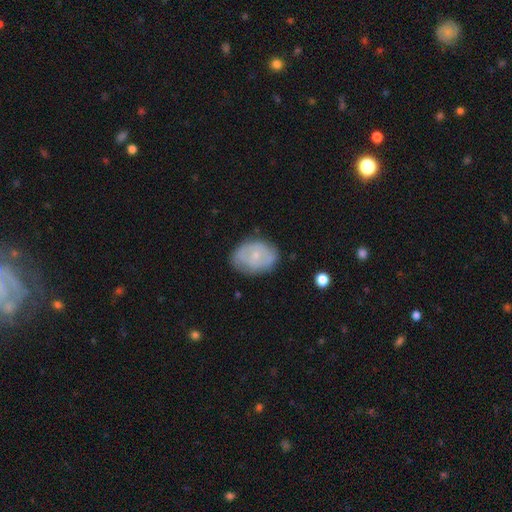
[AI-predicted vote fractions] smooth 47%, featured or disk 46%, star or artifact 7%. Down the decision tree: merging — none (73%).